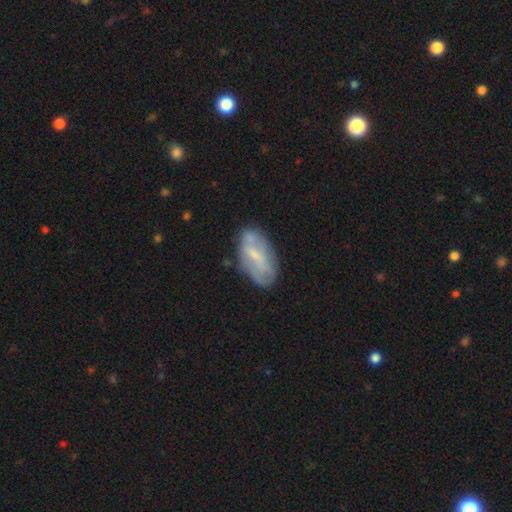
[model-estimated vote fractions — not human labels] Smooth or featured?
  - smooth: 47% *
  - featured or disk: 46%
  - star or artifact: 7%
Merging?
  - none: 66% *
  - minor disturbance: 24%
  - major disturbance: 8%
  - merger: 3%